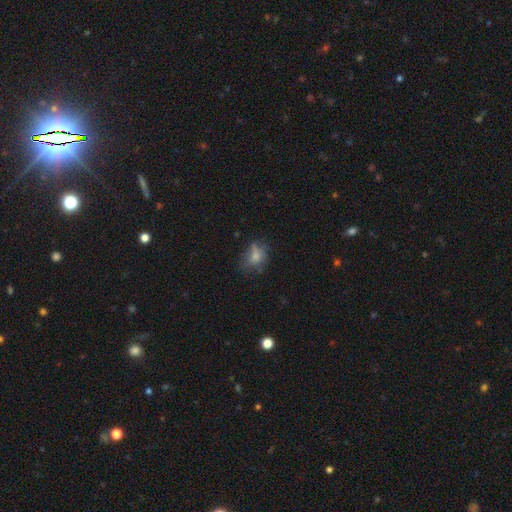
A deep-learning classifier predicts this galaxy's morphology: A smooth galaxy with no disk features (67%) that is in between round and cigar-shaped (67%). Merging: none (47%).